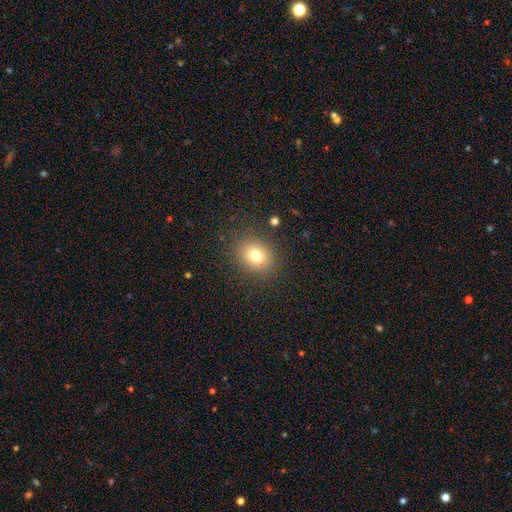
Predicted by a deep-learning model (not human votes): A smooth galaxy with no disk features (75%) that is round (71%). Merging: none (86%).